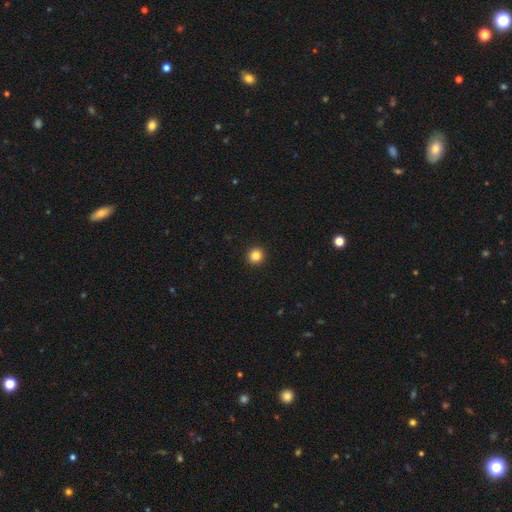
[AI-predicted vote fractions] Smooth or featured? Predicted: smooth (p=0.85). How rounded? Predicted: round (p=0.94). Merging? Predicted: none (p=0.94).